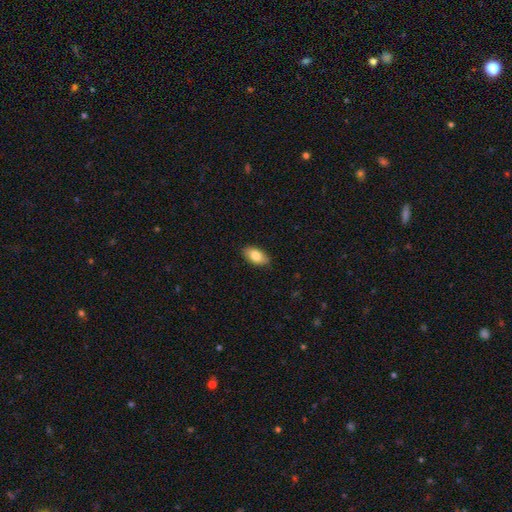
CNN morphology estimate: smooth 83%, featured or disk 10%, star or artifact 7%. Down the decision tree: how rounded — in between (93%); merging — none (86%).